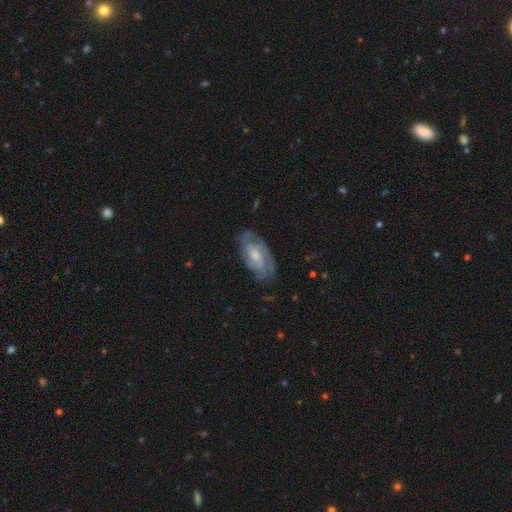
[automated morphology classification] featured or disk 79%, smooth 15%, star or artifact 5%. Down the decision tree: edge-on disk — no (94%); bar — no (56%); spiral arms — yes (93%); spiral arm count — 2 (29%, tied with can't tell); spiral winding — tight (57%); bulge size — moderate (56%); merging — none (73%).